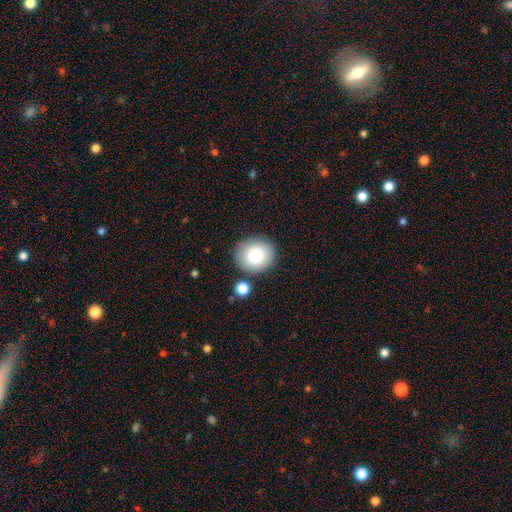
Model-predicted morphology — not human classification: A smooth galaxy with no disk features (82%) that is round (81%). Merging: none (83%).